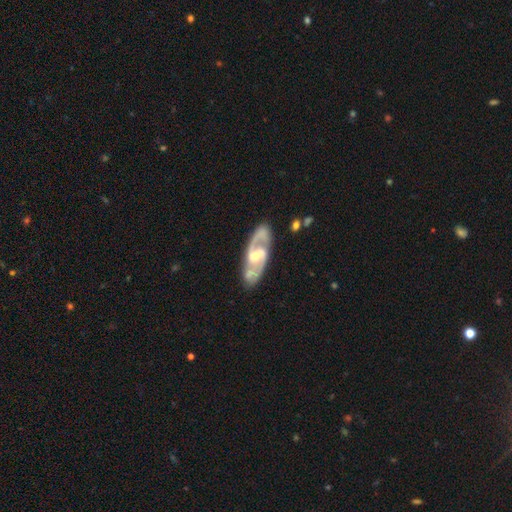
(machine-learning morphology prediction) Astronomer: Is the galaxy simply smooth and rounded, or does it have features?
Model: featured or disk — 89%.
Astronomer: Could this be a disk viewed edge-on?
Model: no — 94%.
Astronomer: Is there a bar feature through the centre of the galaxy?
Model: weak — 51%.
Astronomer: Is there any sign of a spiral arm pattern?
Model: yes — 96%.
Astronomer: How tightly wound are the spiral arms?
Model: medium — 58%.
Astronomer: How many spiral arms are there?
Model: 2 — 91%.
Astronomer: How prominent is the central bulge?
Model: moderate — 57%.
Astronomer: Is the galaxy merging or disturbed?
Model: none — 78%.